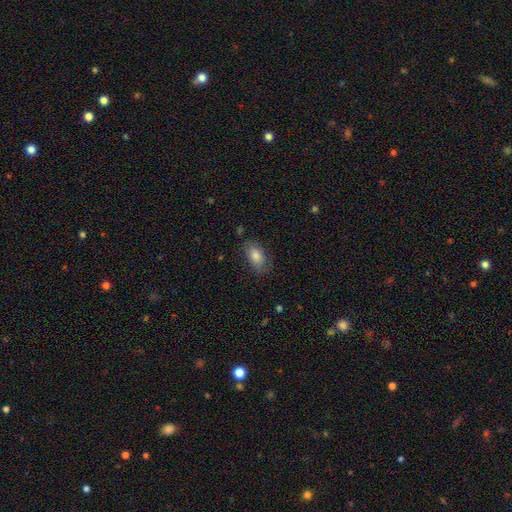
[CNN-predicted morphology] Smooth or featured: smooth — 81% (featured or disk — 11%)
How rounded: in between — 90% (round — 7%)
Merging: none — 73% (minor disturbance — 19%)